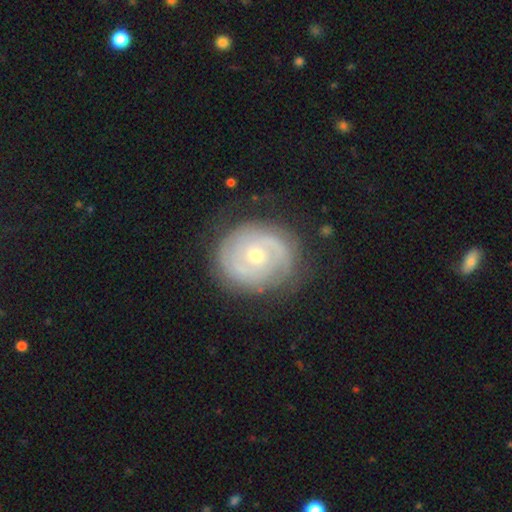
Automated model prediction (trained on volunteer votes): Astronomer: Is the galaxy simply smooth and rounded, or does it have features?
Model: featured or disk — 77%.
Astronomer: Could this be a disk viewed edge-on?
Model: no — 97%.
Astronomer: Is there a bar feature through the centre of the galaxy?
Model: no — 74%.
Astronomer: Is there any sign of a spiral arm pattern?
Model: yes — 85%.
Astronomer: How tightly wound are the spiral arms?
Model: tight — 70%.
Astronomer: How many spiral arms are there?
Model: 2 — 46% (runner-up: can't tell, 30%).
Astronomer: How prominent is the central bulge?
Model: small — 58% (runner-up: moderate, 39%).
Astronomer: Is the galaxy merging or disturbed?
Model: none — 77%.